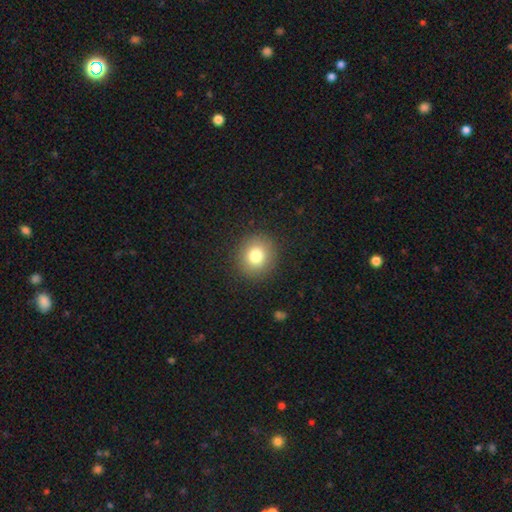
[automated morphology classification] smooth-or-featured: smooth: 80% | star or artifact: 10% | featured or disk: 9%
  how-rounded: round: 86% | in between: 13% | cigar-shaped: 1%
  merging: none: 90% | minor disturbance: 6% | major disturbance: 2% | merger: 1%